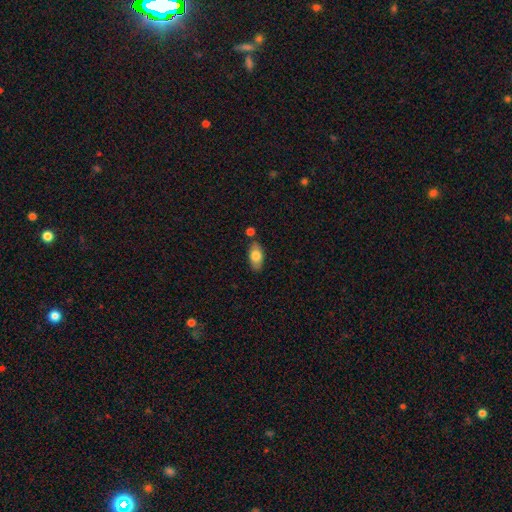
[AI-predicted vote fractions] Smooth or featured: smooth — 78% (featured or disk — 15%)
How rounded: in between — 90% (cigar-shaped — 6%)
Merging: none — 76% (minor disturbance — 13%)